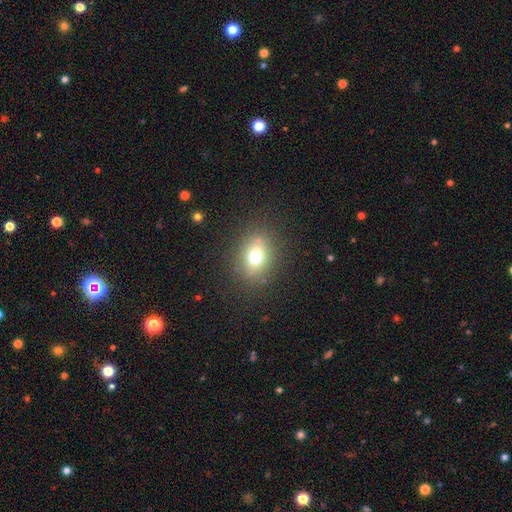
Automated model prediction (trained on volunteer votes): Q: Smooth or featured?
A: smooth (70%); runner-up: featured or disk (16%)
Q: How rounded?
A: in between (58%); runner-up: round (40%)
Q: Merging?
A: none (85%); runner-up: minor disturbance (10%)